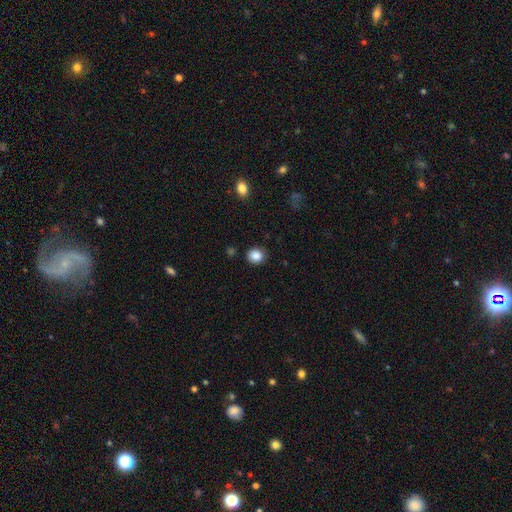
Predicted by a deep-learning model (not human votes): Smooth or featured: smooth — 87% (star or artifact — 10%)
How rounded: round — 77% (in between — 22%)
Merging: none — 88% (minor disturbance — 8%)